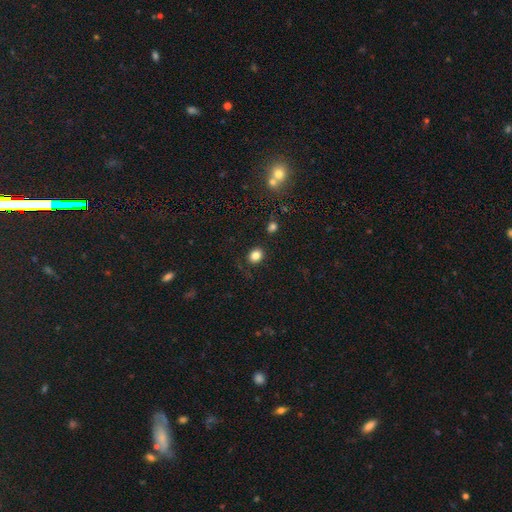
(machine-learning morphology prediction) smooth-or-featured: smooth: 83% | star or artifact: 11% | featured or disk: 6%
  how-rounded: round: 54% | in between: 45% | cigar-shaped: 1%
  merging: none: 83% | minor disturbance: 11% | major disturbance: 4% | merger: 2%